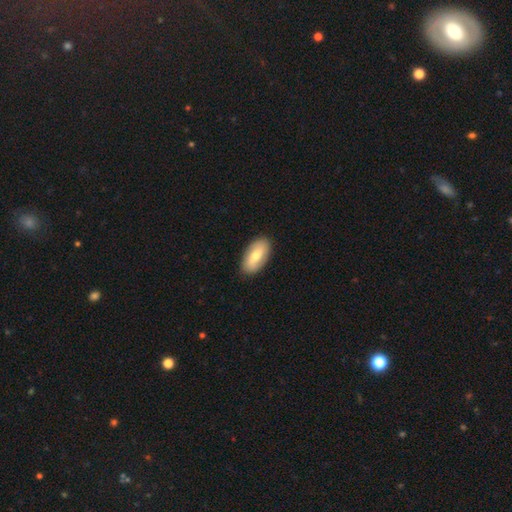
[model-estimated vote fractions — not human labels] The model was most divided on "smooth or featured": smooth: 63%, featured or disk: 31%, star or artifact: 6%. More confident: how rounded — in between (92%); merging — none (88%).